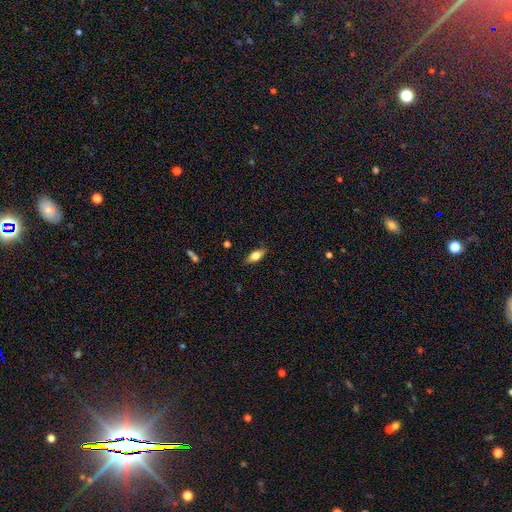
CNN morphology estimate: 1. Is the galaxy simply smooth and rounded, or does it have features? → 72% smooth, 21% featured or disk, 7% star or artifact.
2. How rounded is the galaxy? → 82% in between, 15% cigar-shaped, 3% round.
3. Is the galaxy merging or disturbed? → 82% none, 14% minor disturbance, 3% major disturbance, 1% merger.